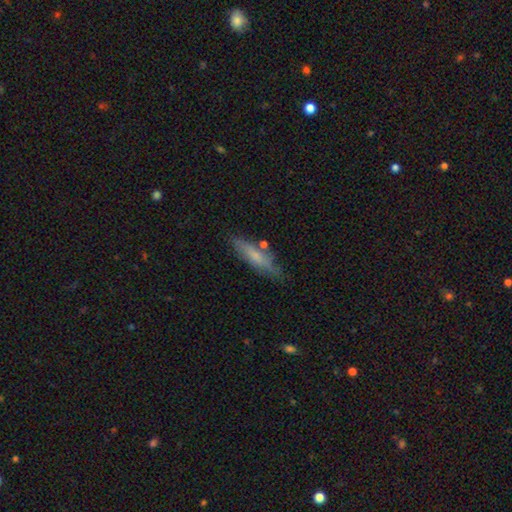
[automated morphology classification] Smooth or featured: smooth — 59% (featured or disk — 34%)
How rounded: cigar-shaped — 77% (in between — 21%)
Merging: none — 73% (minor disturbance — 17%)